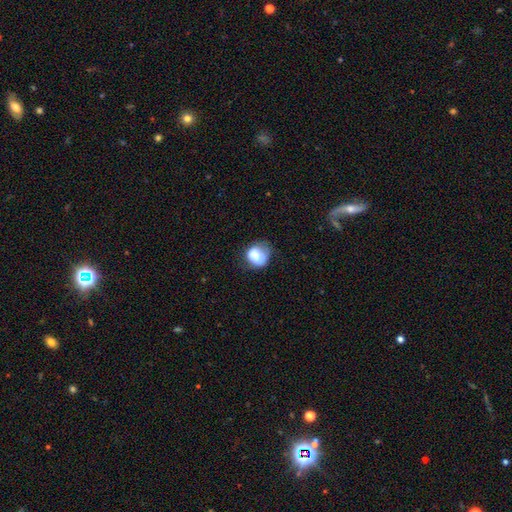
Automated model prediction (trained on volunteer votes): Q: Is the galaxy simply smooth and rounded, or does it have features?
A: smooth — 78%.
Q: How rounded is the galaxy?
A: round — 62%.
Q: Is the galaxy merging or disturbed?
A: none — 44%.